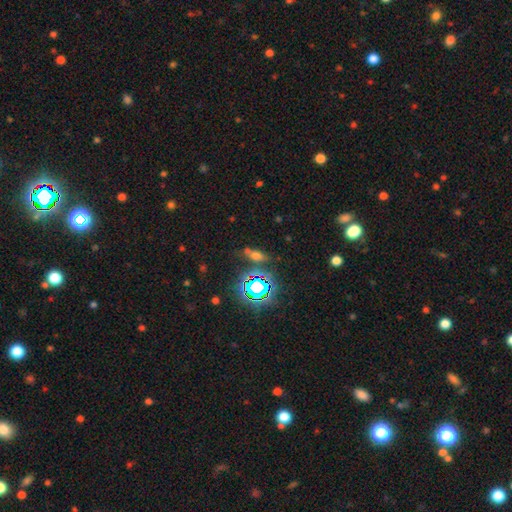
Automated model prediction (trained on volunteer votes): This appears to be a smooth galaxy with no disk features (48%). Merging: none (66%).